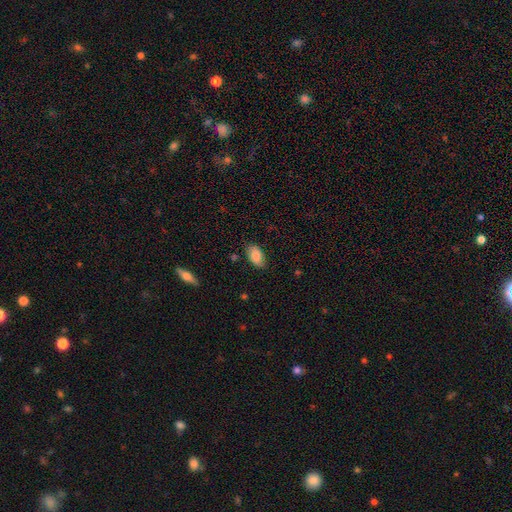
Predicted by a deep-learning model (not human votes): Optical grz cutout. It shows a smooth galaxy with no disk features (84%) that is in between round and cigar-shaped (93%). Merging: none (81%).